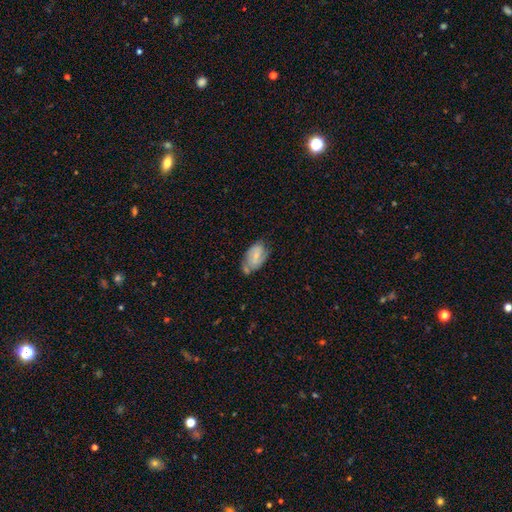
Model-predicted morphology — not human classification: smooth_or_featured: featured or disk (p=0.53) [alt: smooth p=0.39]
disk_edge_on: no (p=0.96) [alt: yes p=0.04]
bar: no (p=0.46) [alt: weak p=0.43]
has_spiral_arms: yes (p=0.83) [alt: no p=0.17]
bulge_size: small (p=0.63) [alt: moderate p=0.27]
merging: none (p=0.49) [alt: minor disturbance p=0.28]